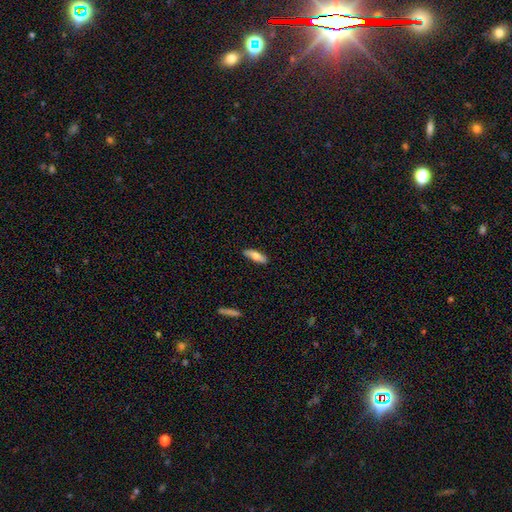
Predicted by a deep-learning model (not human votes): Morphology: type=smooth (71%); roundness=cigar-shaped (49%); merging=none (85%).